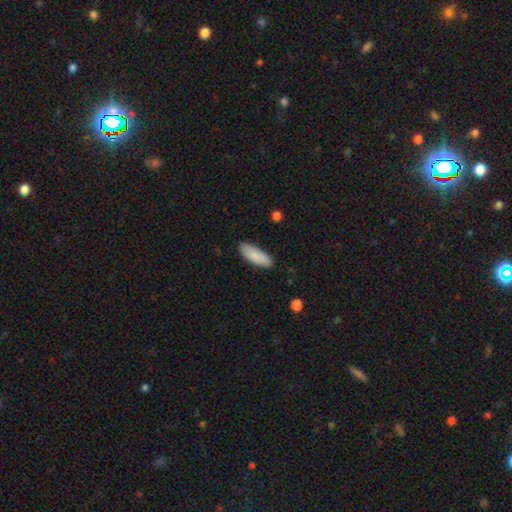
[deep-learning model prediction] This appears to be a smooth galaxy with no disk features (88%) that is in between round and cigar-shaped (69%). Merging: none (86%).